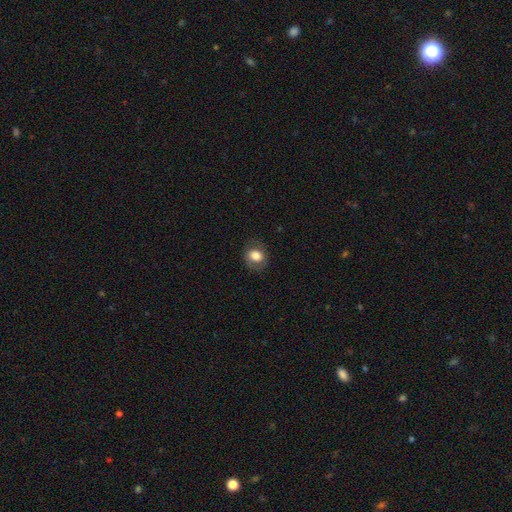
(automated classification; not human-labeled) Q: Smooth or featured?
A: smooth (73%); runner-up: featured or disk (18%)
Q: How rounded?
A: round (56%); runner-up: in between (43%)
Q: Merging?
A: none (77%); runner-up: minor disturbance (15%)